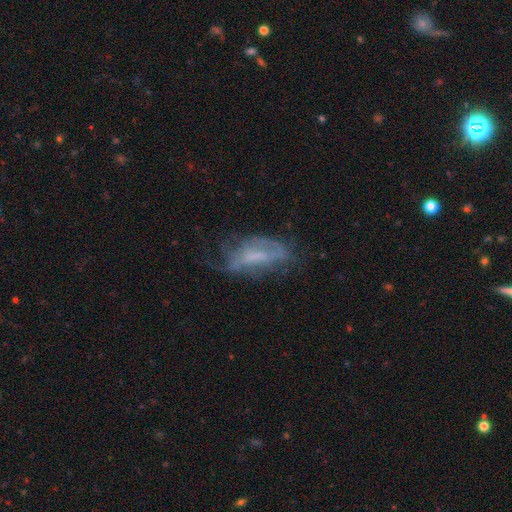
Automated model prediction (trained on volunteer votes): Overall: featured or disk (57%; smooth 32%). Edge-on disk: no (85%). Merging: none (43%; major disturbance 27%).